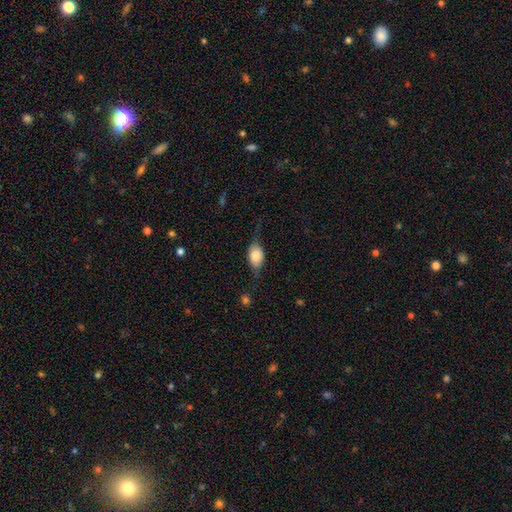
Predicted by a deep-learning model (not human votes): Smooth or featured: smooth — 66% (featured or disk — 26%)
How rounded: in between — 78% (round — 17%)
Merging: none — 58% (minor disturbance — 28%)